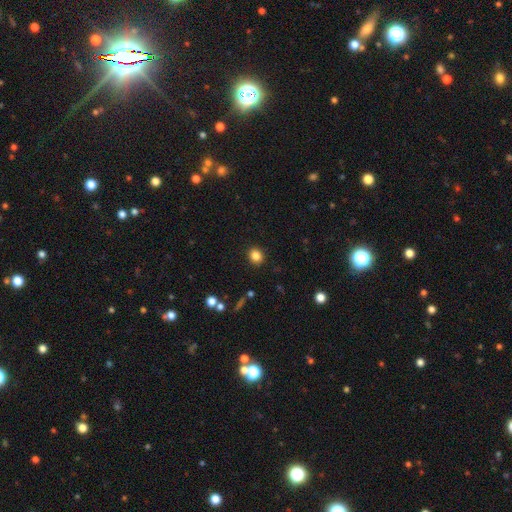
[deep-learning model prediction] The model was most divided on "how rounded": round: 81%, in between: 18%, cigar-shaped: 1%. More confident: merging — none (91%); smooth or featured — smooth (84%).